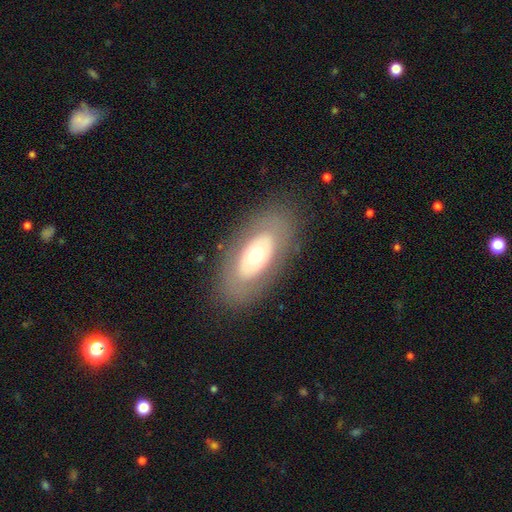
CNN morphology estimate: smooth-or-featured: smooth: 49% | featured or disk: 44% | star or artifact: 8%
  merging: none: 83% | minor disturbance: 10% | major disturbance: 6% | merger: 1%